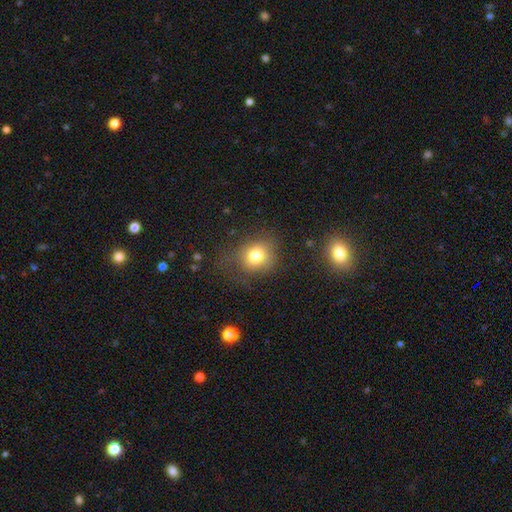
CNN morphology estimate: This is likely a smooth galaxy (77%). How rounded: likely round (71%). Merging: likely none (66%).